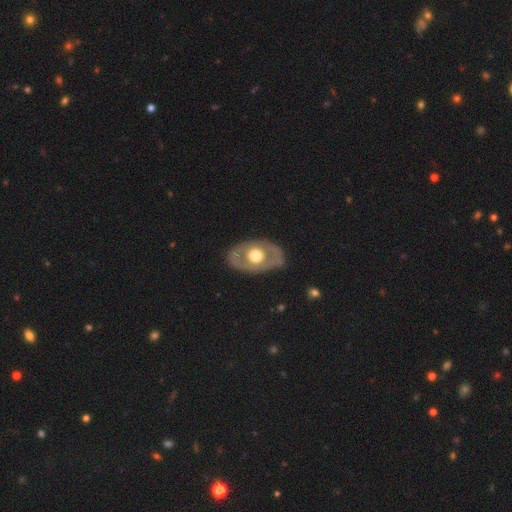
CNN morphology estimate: Smooth or featured? Predicted: featured or disk (p=0.57). Edge-on disk? Predicted: no (p=0.89). Bar? Predicted: no (p=0.90). Spiral arms? Predicted: no (p=0.88). Bulge size? Predicted: moderate (p=0.50). Merging? Predicted: none (p=0.81).